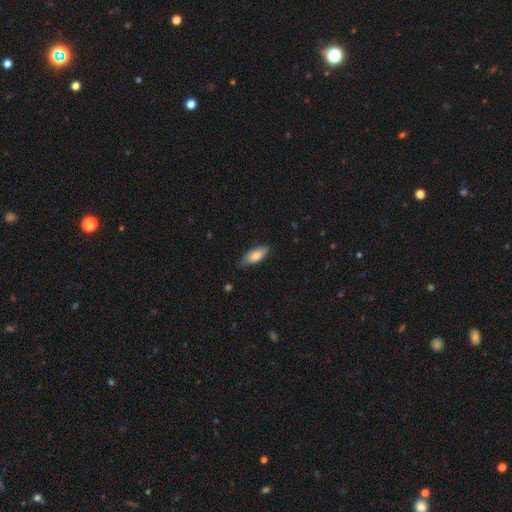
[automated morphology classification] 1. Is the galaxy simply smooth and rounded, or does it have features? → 77% smooth, 17% featured or disk, 6% star or artifact.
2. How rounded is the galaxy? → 74% in between, 23% cigar-shaped, 2% round.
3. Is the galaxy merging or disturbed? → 78% none, 18% minor disturbance, 3% major disturbance, 1% merger.